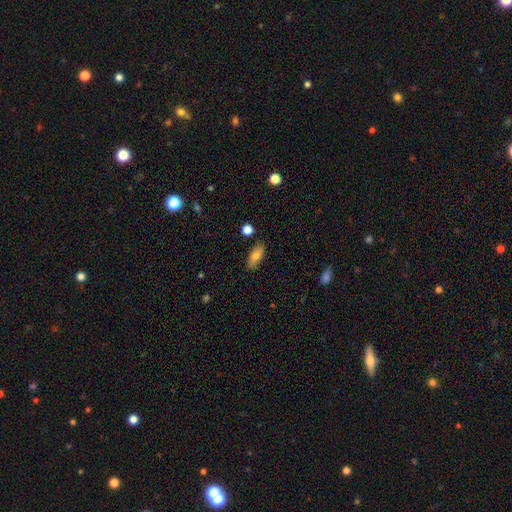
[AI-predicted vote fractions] A smooth galaxy with no disk features (79%) that is in between round and cigar-shaped (77%). Merging: none (85%).